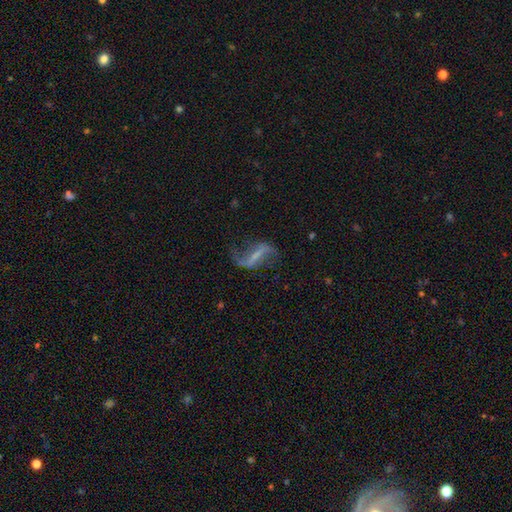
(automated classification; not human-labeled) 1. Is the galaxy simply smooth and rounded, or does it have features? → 81% featured or disk, 11% smooth, 8% star or artifact.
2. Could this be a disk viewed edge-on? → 94% no, 6% yes.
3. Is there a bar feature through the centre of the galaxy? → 61% strong, 27% weak, 12% no.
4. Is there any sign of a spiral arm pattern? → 87% yes, 13% no.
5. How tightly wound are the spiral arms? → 87% loose, 10% medium, 3% tight.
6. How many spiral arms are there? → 87% 2, 8% 1, 3% can't tell, 1% 3, 1% 4, 1% more than 4.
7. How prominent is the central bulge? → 54% none, 33% small, 9% moderate, 2% large, 1% dominant.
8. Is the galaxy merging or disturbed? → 66% none, 16% minor disturbance, 15% major disturbance, 3% merger.